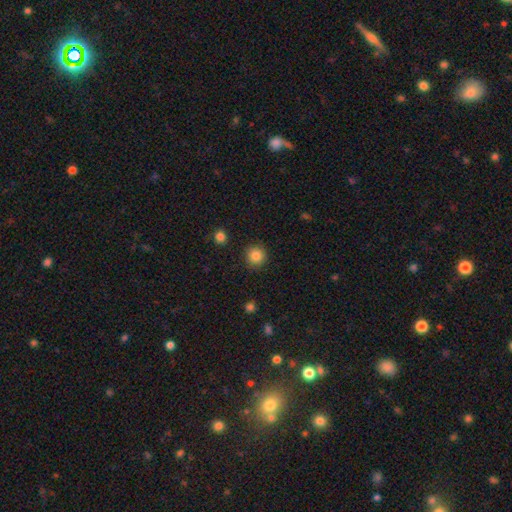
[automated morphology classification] A smooth galaxy with no disk features (85%) that is round (94%). Merging: none (90%).